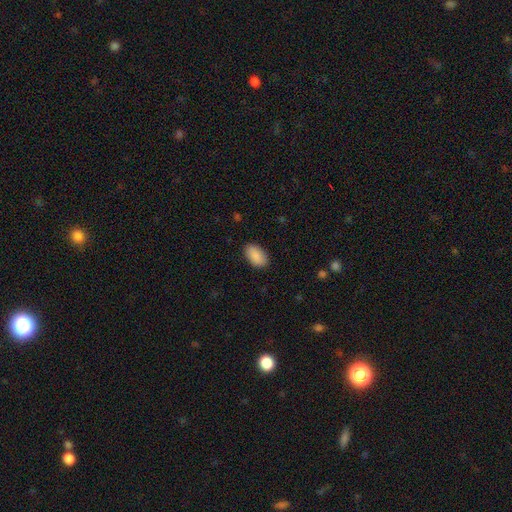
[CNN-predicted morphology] Smooth or featured? smooth (90%)
How rounded? in between (94%)
Merging? none (88%)